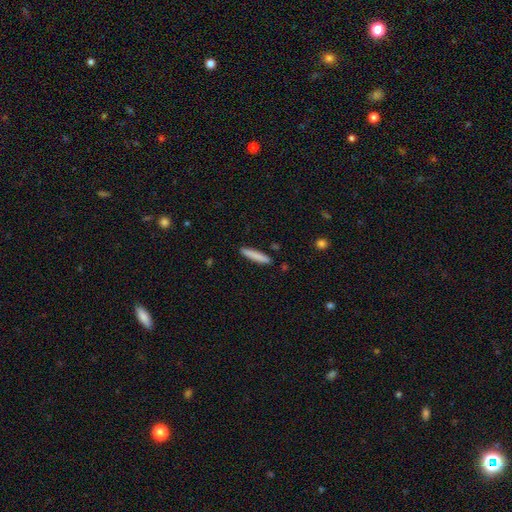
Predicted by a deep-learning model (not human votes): smooth_or_featured: smooth (p=0.83) [alt: featured or disk p=0.11]
how_rounded: cigar-shaped (p=0.92) [alt: in between p=0.07]
merging: none (p=0.89) [alt: minor disturbance p=0.07]